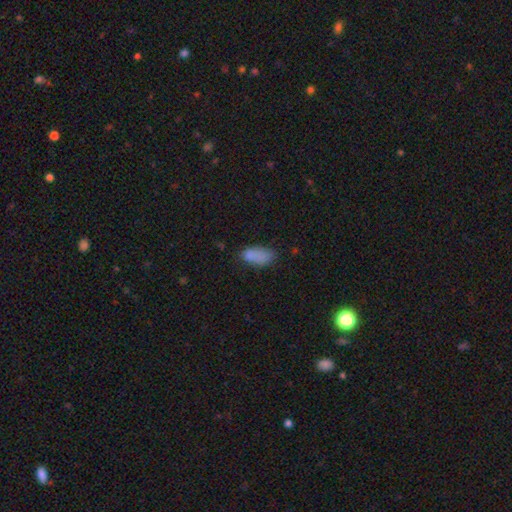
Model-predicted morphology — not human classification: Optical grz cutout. It shows a smooth galaxy with no disk features (82%) that is in between round and cigar-shaped (88%). Merging: none (58%).